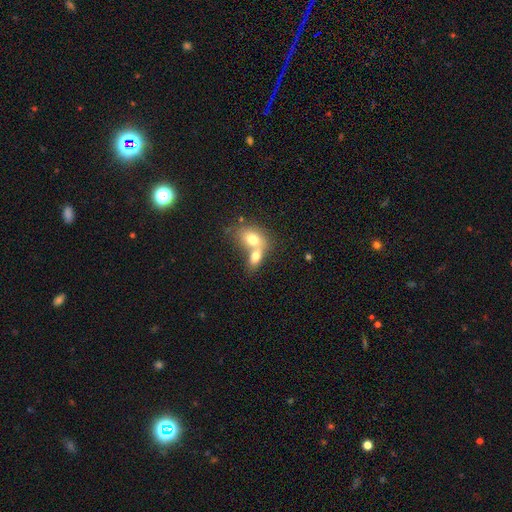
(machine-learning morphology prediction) Smooth or featured: smooth — 72% (featured or disk — 19%)
How rounded: in between — 78% (round — 19%)
Merging: merger — 70% (none — 21%)